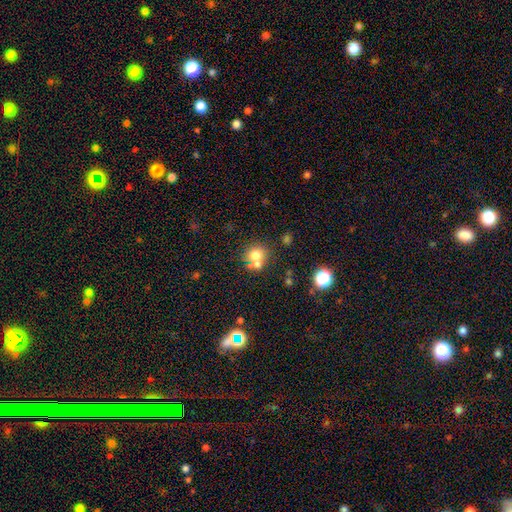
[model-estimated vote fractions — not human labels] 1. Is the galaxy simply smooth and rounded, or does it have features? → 73% smooth, 14% featured or disk, 14% star or artifact.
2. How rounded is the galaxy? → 85% round, 14% in between, 1% cigar-shaped.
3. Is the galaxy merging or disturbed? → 56% none, 31% merger, 10% minor disturbance, 4% major disturbance.